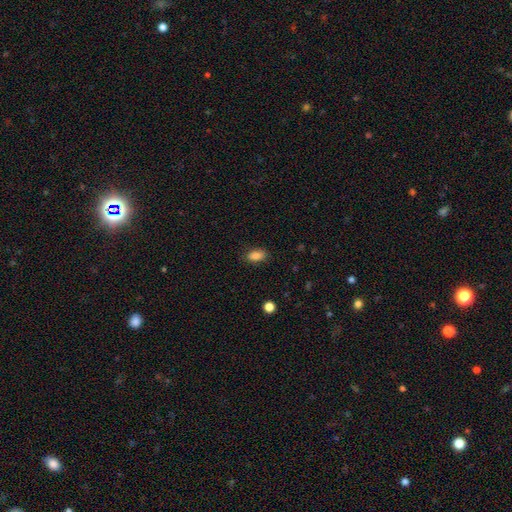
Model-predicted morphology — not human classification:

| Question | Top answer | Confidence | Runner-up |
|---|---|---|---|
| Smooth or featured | smooth | 87% | star or artifact (9%) |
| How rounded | in between | 89% | round (6%) |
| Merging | none | 86% | minor disturbance (10%) |